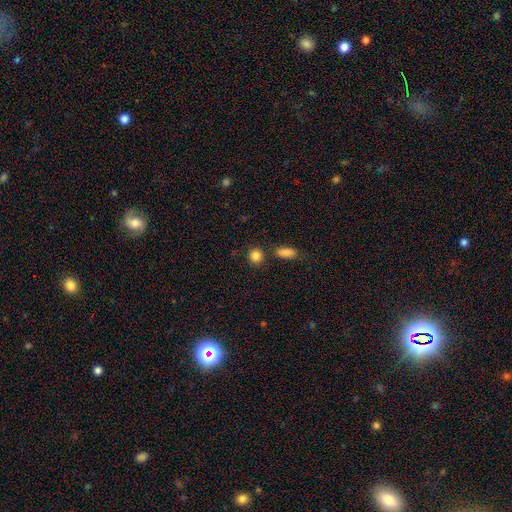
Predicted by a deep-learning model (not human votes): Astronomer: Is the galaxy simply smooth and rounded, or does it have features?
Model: smooth — 86%.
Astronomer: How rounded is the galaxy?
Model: round — 83%.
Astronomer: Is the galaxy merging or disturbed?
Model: none — 79%.